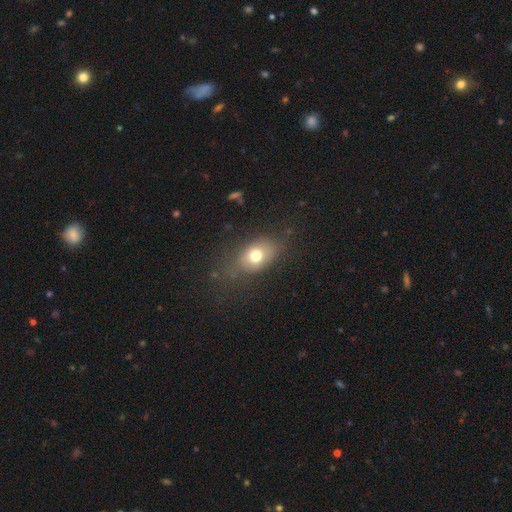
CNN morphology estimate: smooth-or-featured: smooth: 72% | featured or disk: 16% | star or artifact: 12%
  how-rounded: in between: 68% | round: 30% | cigar-shaped: 2%
  merging: none: 66% | minor disturbance: 20% | major disturbance: 12% | merger: 2%